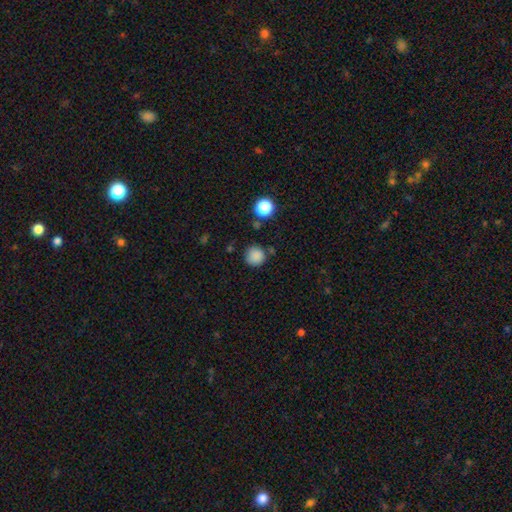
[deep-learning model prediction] smooth_or_featured: smooth (p=0.85) [alt: star or artifact p=0.11]
how_rounded: round (p=0.94) [alt: in between p=0.06]
merging: none (p=0.79) [alt: minor disturbance p=0.13]